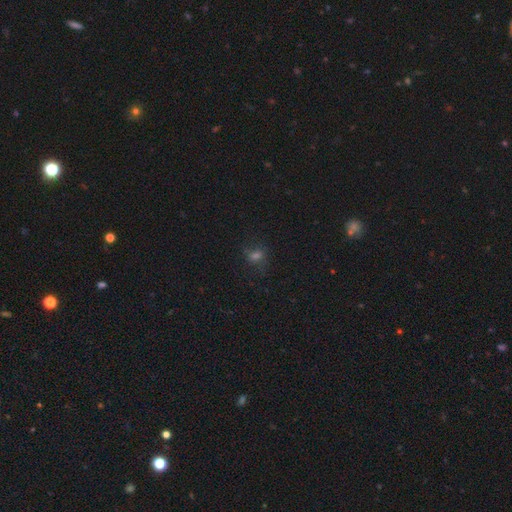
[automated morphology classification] This appears to be a smooth galaxy with no disk features (50%) that is round (50%). Merging: none (68%).